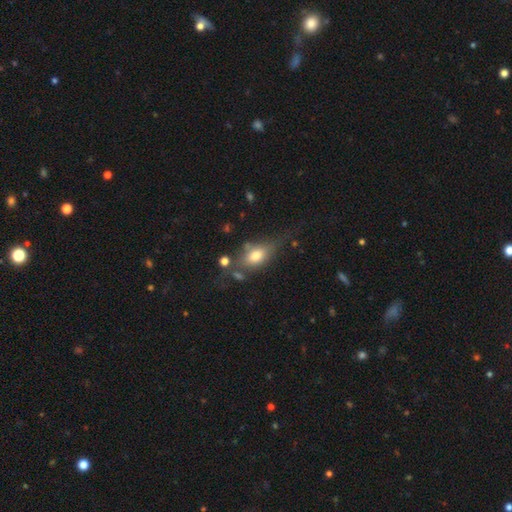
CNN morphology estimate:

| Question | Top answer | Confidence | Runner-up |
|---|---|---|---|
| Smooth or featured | smooth | 66% | featured or disk (25%) |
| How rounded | in between | 79% | round (11%) |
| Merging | none | 52% | minor disturbance (24%) |